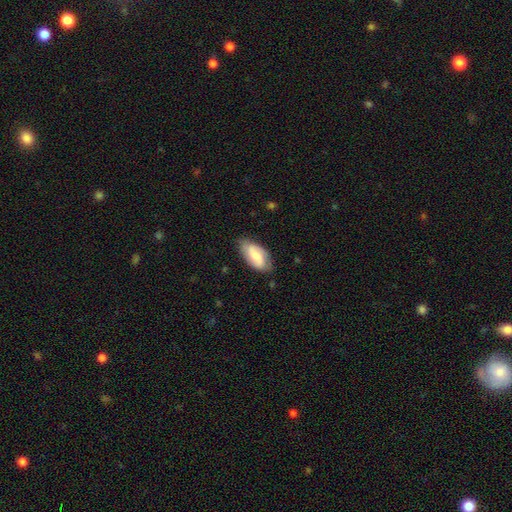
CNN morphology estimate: Smooth or featured?
  - smooth: 52% *
  - featured or disk: 42%
  - star or artifact: 6%
How rounded?
  - in between: 90% *
  - cigar-shaped: 7%
  - round: 3%
Merging?
  - none: 75% *
  - minor disturbance: 20%
  - major disturbance: 4%
  - merger: 1%